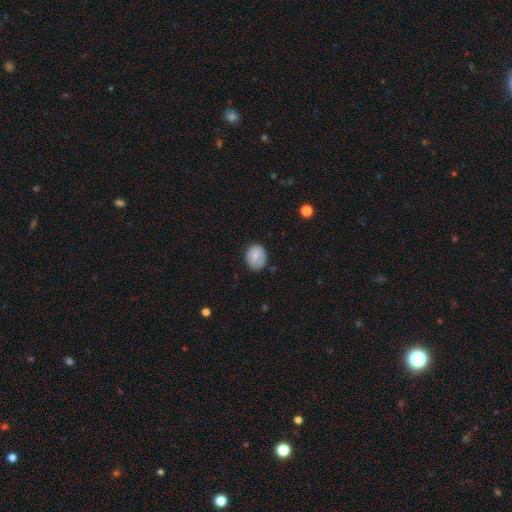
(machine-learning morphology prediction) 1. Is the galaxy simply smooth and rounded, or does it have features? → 77% smooth, 16% featured or disk, 8% star or artifact.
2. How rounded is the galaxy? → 50% in between, 49% round, 1% cigar-shaped.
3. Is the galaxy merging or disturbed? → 72% none, 21% minor disturbance, 5% major disturbance, 2% merger.